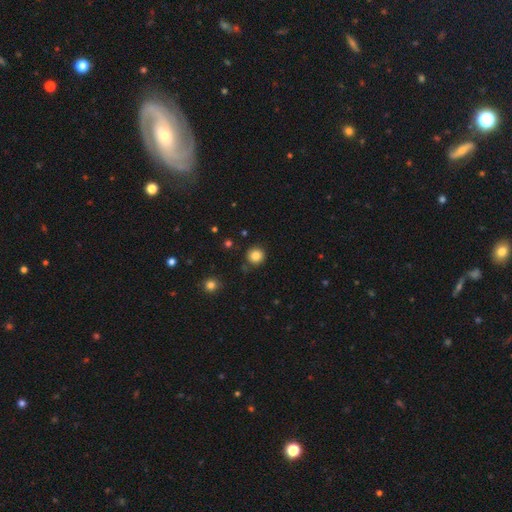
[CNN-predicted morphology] Overall: smooth (84%). How rounded: round (94%). Merging: none (87%).